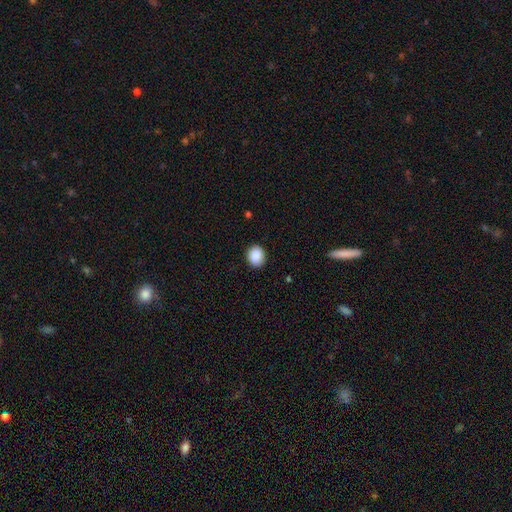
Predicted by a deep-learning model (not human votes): Smooth or featured? Predicted: smooth (p=0.87). How rounded? Predicted: round (p=0.64). Merging? Predicted: none (p=0.90).